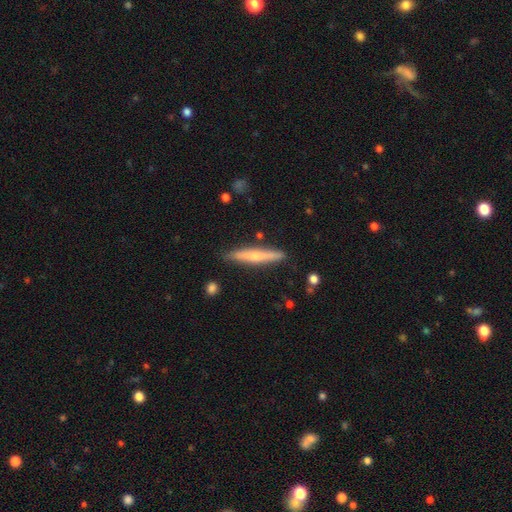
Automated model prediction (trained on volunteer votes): The model was most divided on "smooth or featured": smooth: 49%, featured or disk: 45%, star or artifact: 6%. More confident: merging — none (87%).